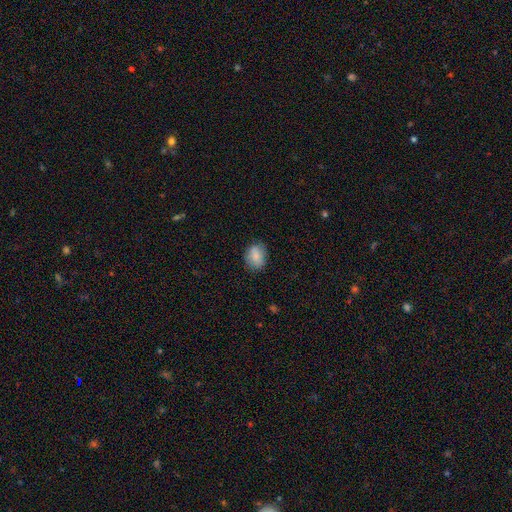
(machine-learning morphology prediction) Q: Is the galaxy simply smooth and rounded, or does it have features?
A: smooth — 83%.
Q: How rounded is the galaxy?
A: in between — 59%.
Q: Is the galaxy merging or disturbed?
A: none — 79%.